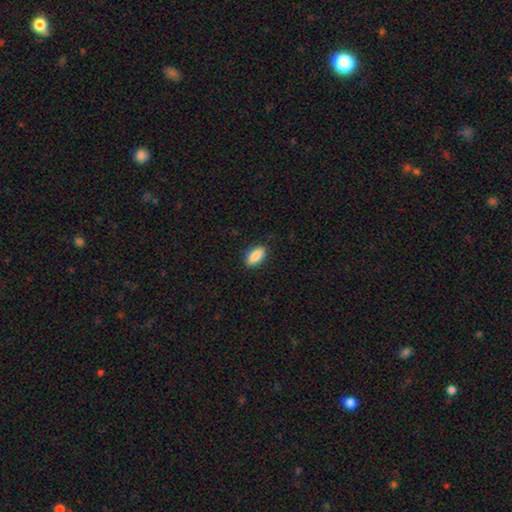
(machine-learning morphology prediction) smooth 88%, star or artifact 7%, featured or disk 6%. Down the decision tree: how rounded — in between (84%); merging — none (86%).